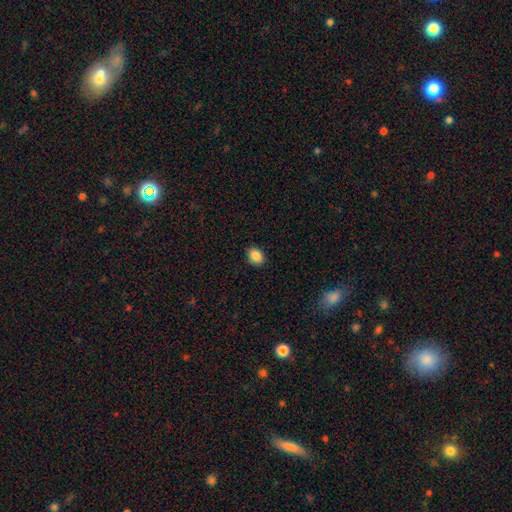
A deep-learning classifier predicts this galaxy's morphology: This is clearly a smooth galaxy (87%). How rounded: possibly in between (55%). Merging: clearly none (90%).